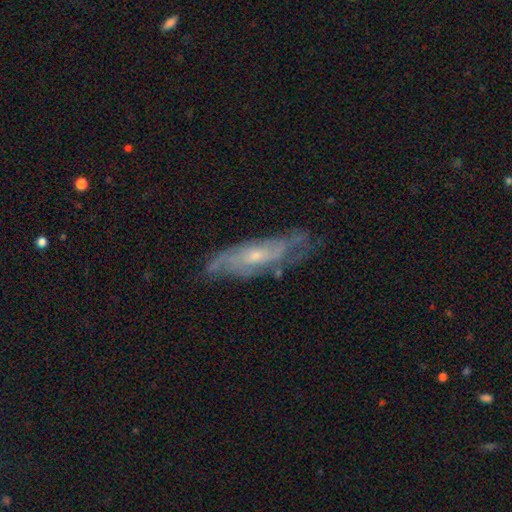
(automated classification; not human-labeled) smooth_or_featured: featured or disk (p=0.78) [alt: smooth p=0.16]
disk_edge_on: no (p=0.80) [alt: yes p=0.20]
bar: no (p=0.66) [alt: weak p=0.29]
has_spiral_arms: yes (p=0.89) [alt: no p=0.11]
spiral_winding: tight (p=0.45) [alt: medium p=0.40]
spiral_arm_count: can't tell (p=0.44) [alt: 2 p=0.31]
bulge_size: small (p=0.63) [alt: moderate p=0.33]
merging: none (p=0.64) [alt: minor disturbance p=0.25]